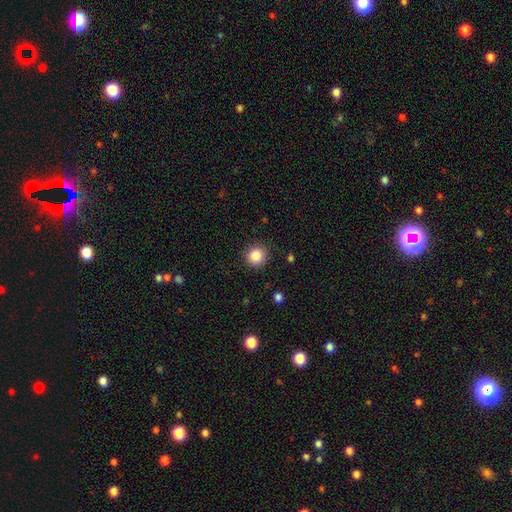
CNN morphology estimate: smooth_or_featured: smooth (p=0.86) [alt: star or artifact p=0.10]
how_rounded: round (p=0.92) [alt: in between p=0.07]
merging: none (p=0.90) [alt: minor disturbance p=0.07]